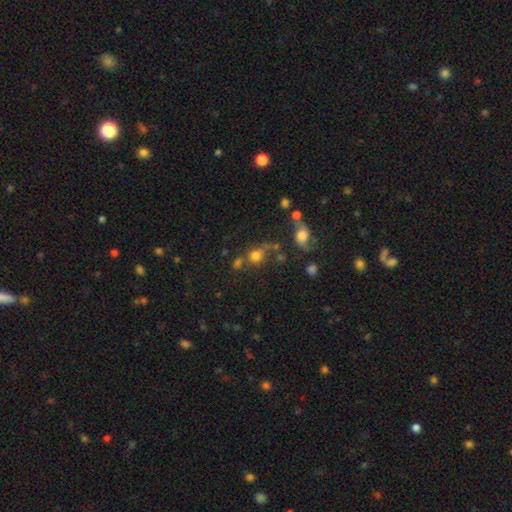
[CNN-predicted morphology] smooth-or-featured: smooth: 70% | star or artifact: 18% | featured or disk: 12%
  how-rounded: round: 82% | in between: 17% | cigar-shaped: 1%
  merging: none: 50% | merger: 27% | minor disturbance: 12% | major disturbance: 11%